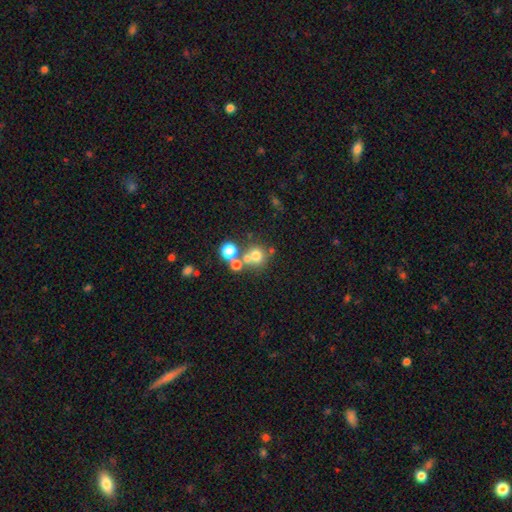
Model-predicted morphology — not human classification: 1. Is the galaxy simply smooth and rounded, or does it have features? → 65% smooth, 18% star or artifact, 17% featured or disk.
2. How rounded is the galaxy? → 86% round, 13% in between, 1% cigar-shaped.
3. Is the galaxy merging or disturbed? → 53% none, 34% merger, 9% minor disturbance, 5% major disturbance.